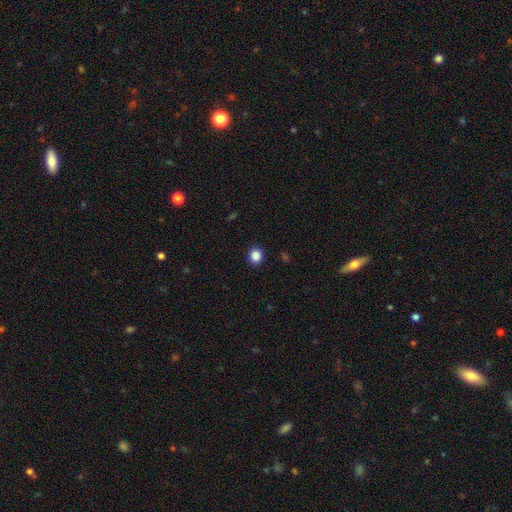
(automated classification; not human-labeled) Overall: smooth (86%). How rounded: round (79%). Merging: none (92%).